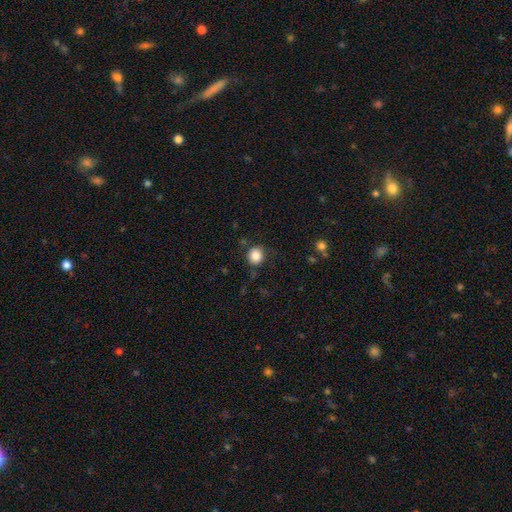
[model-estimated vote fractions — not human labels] smooth_or_featured: smooth (p=0.84) [alt: star or artifact p=0.10]
how_rounded: round (p=0.86) [alt: in between p=0.13]
merging: none (p=0.82) [alt: minor disturbance p=0.12]